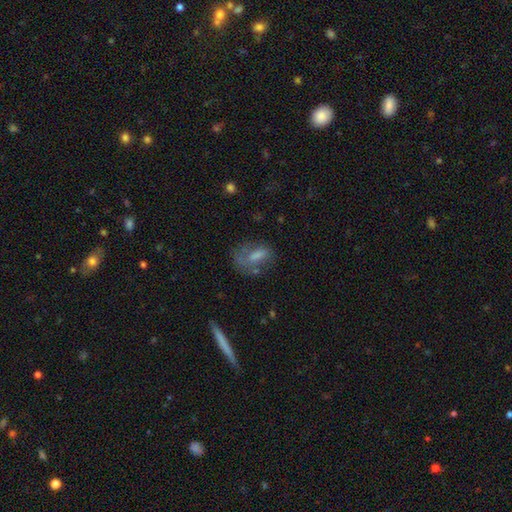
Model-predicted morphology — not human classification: smooth 55%, featured or disk 33%, star or artifact 12%. Down the decision tree: how rounded — in between (74%); merging — none (46%).